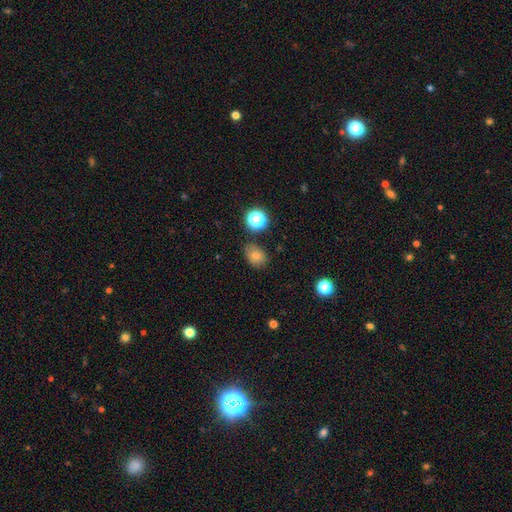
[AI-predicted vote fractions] smooth 75%, star or artifact 15%, featured or disk 10%. Down the decision tree: how rounded — in between (63%); merging — none (75%).